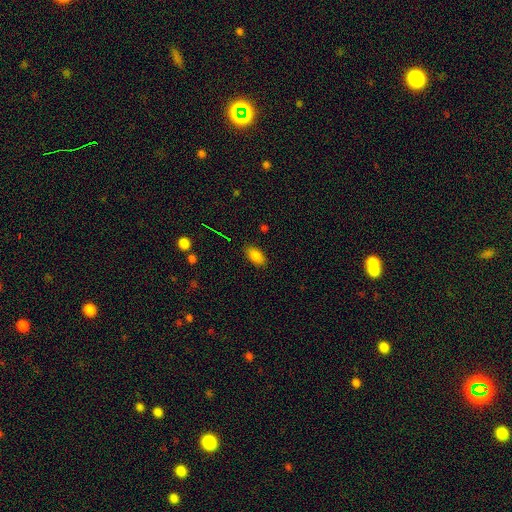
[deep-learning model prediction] A smooth galaxy with no disk features (84%) that is in between round and cigar-shaped (92%). Merging: none (86%).